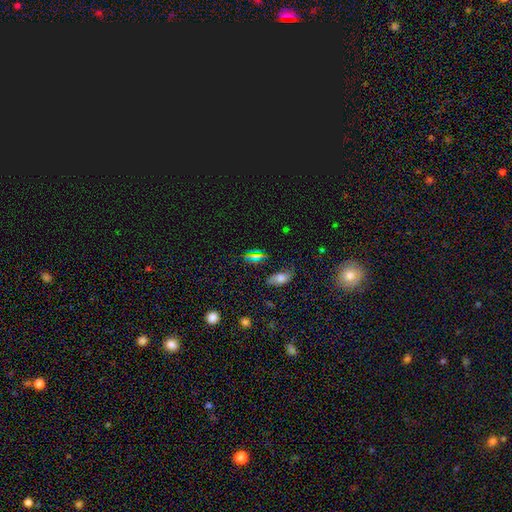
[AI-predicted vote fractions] Q: Smooth or featured?
A: star or artifact (47%); runner-up: smooth (41%)